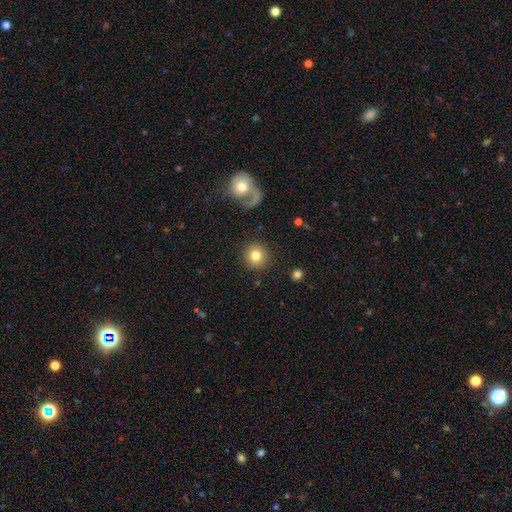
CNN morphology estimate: Q: Smooth or featured?
A: smooth (80%); runner-up: featured or disk (10%)
Q: How rounded?
A: round (94%); runner-up: in between (5%)
Q: Merging?
A: none (90%); runner-up: minor disturbance (5%)